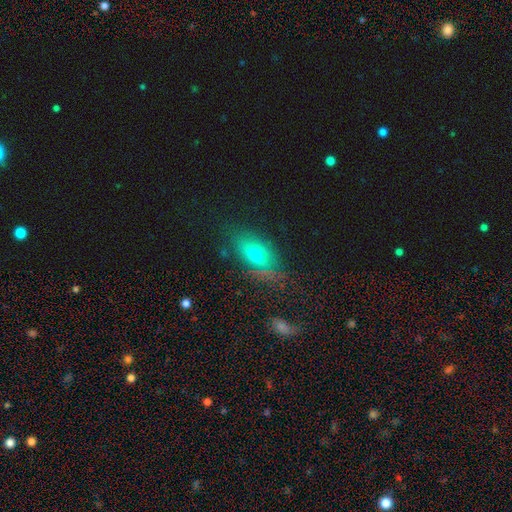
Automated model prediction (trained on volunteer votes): Q: Smooth or featured?
A: smooth (49%); runner-up: featured or disk (30%)
Q: Merging?
A: none (64%); runner-up: minor disturbance (21%)